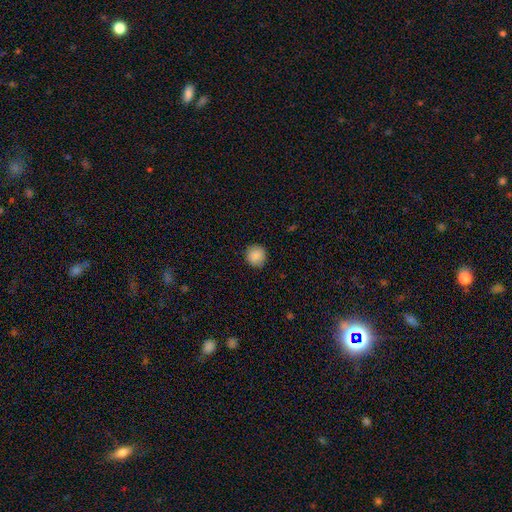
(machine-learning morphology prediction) Smooth or featured: smooth — 89% (star or artifact — 8%)
How rounded: round — 92% (in between — 7%)
Merging: none — 90% (minor disturbance — 7%)